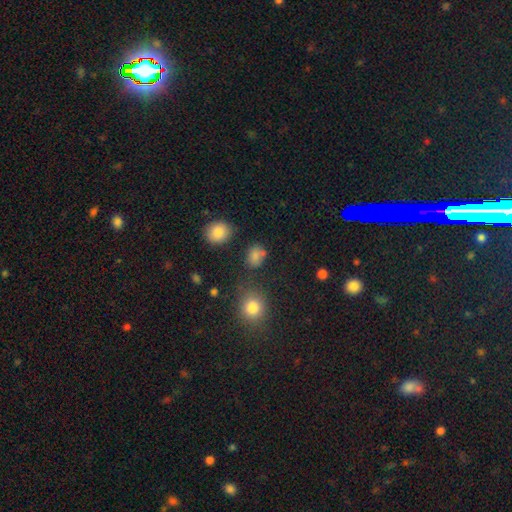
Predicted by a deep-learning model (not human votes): Smooth or featured? smooth (80%)
How rounded? round (56%)
Merging? none (70%)